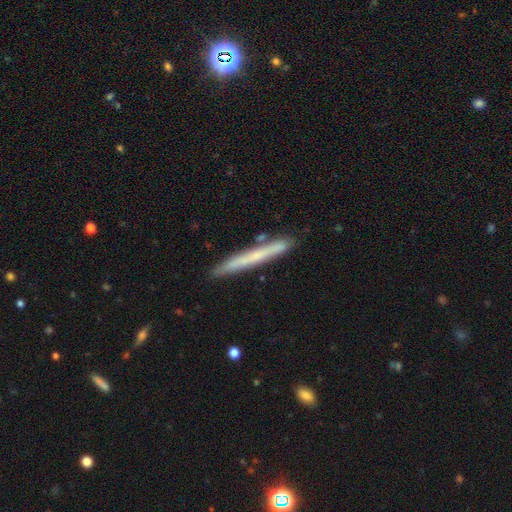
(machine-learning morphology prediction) type=smooth (53%); roundness=cigar-shaped (97%); merging=none (84%).